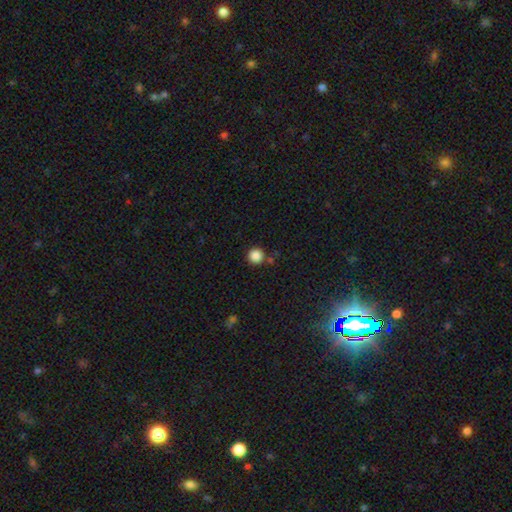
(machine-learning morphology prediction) type=smooth (86%); roundness=round (96%); merging=none (86%).